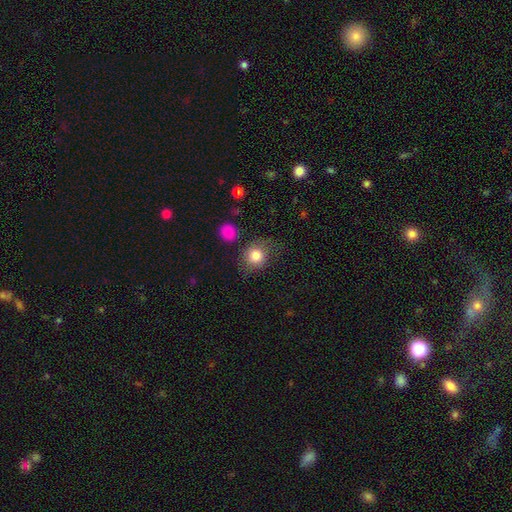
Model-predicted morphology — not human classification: Smooth or featured? smooth (80%)
How rounded? round (80%)
Merging? none (67%)